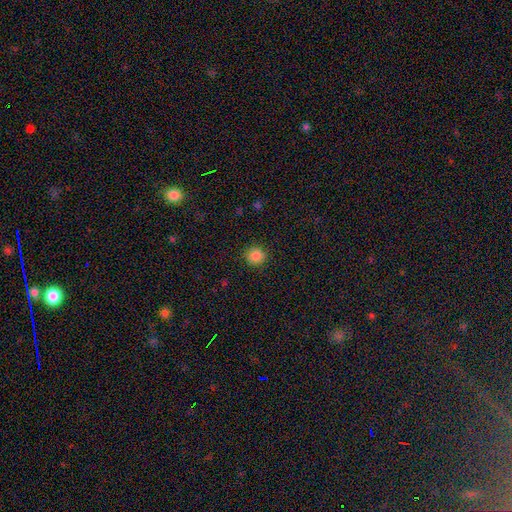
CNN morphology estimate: Q: Smooth or featured?
A: smooth (86%); runner-up: star or artifact (11%)
Q: How rounded?
A: round (93%); runner-up: in between (6%)
Q: Merging?
A: none (91%); runner-up: minor disturbance (6%)